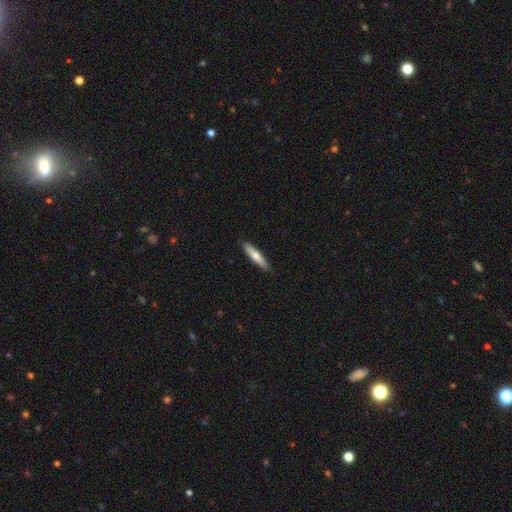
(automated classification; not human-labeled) The model was most divided on "smooth or featured": smooth: 60%, featured or disk: 35%, star or artifact: 5%. More confident: merging — none (91%); how rounded — cigar-shaped (85%).